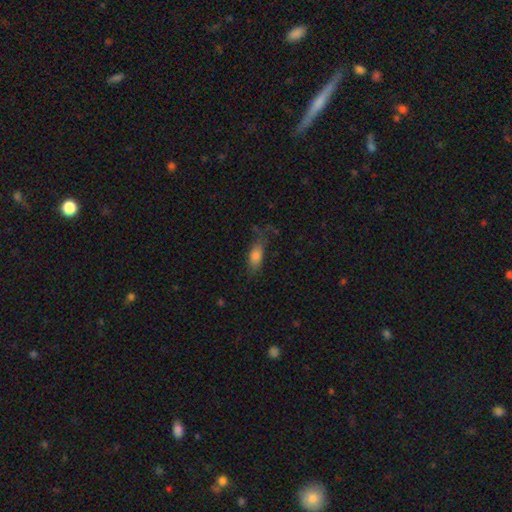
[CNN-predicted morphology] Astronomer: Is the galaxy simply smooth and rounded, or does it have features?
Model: smooth — 78%.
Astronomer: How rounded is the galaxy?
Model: in between — 70%.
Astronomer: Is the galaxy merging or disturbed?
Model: none — 57%.